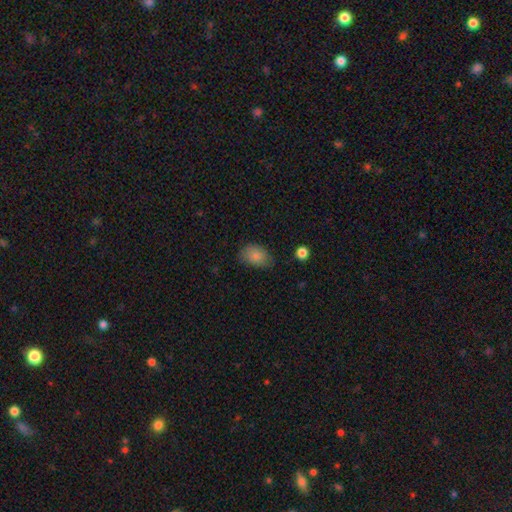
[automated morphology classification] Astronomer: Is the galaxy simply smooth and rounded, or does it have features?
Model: smooth — 83%.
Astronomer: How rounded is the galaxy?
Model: in between — 81%.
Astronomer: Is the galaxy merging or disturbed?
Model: none — 68%.